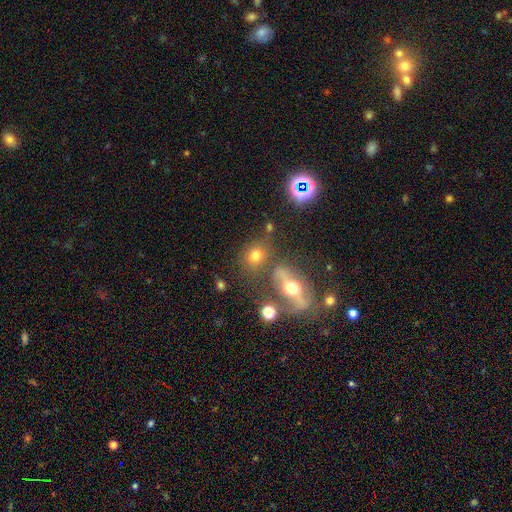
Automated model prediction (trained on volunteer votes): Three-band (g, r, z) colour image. It shows a smooth galaxy with no disk features (67%) that is round (63%). Merging: none (67%).